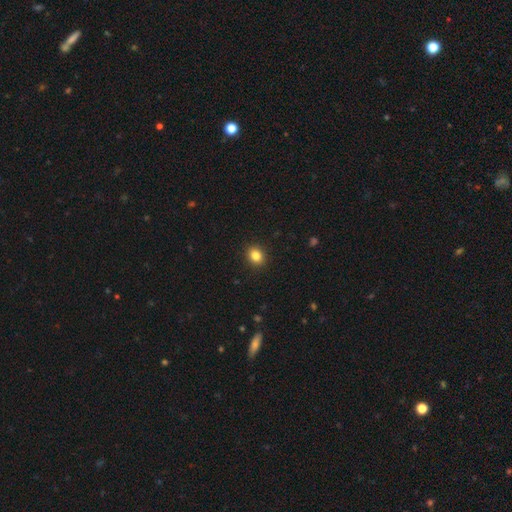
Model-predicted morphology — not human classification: A smooth galaxy with no disk features (84%) that is round (68%).

Vote fractions:
- Smooth or featured? smooth: 84% / star or artifact: 11% / featured or disk: 5%
- How rounded? round: 68% / in between: 31% / cigar-shaped: 1%
- Merging? none: 92% / minor disturbance: 6% / major disturbance: 2% / merger: 1%